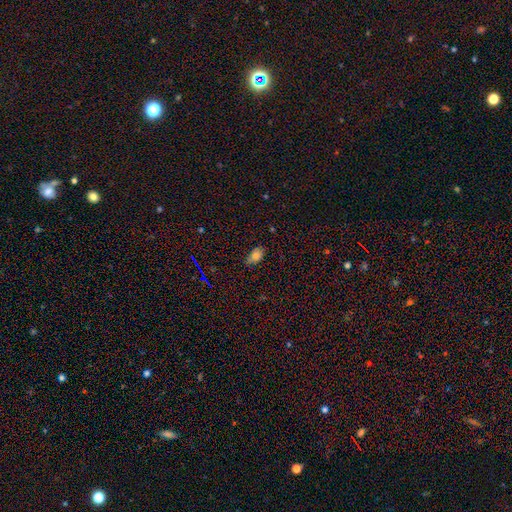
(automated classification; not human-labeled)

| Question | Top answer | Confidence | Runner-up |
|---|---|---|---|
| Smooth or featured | smooth | 79% | star or artifact (13%) |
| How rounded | in between | 88% | round (9%) |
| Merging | none | 72% | minor disturbance (23%) |